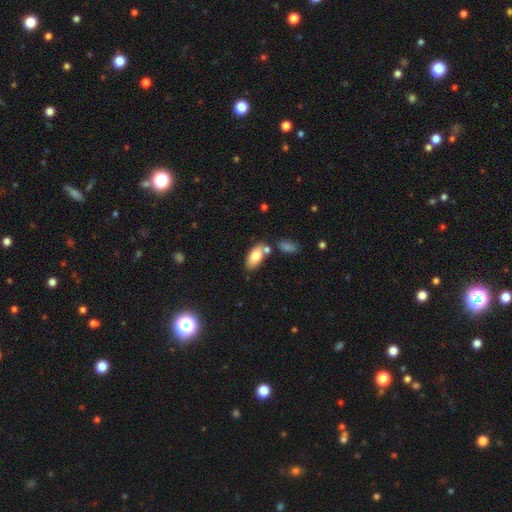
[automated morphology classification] This appears to be a smooth galaxy with no disk features (77%) that is in between round and cigar-shaped (91%). Merging: none (63%).